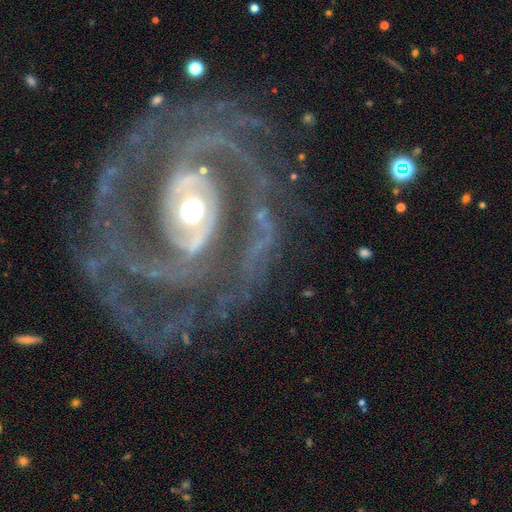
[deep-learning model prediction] A featured or disk galaxy (88%) with no bar (51%), 2 (49%) tight (44%) spiral arms (95%) and a moderate central bulge (62%).

Vote fractions:
- Smooth or featured? featured or disk: 88% / star or artifact: 7% / smooth: 5%
- Edge-on disk? no: 96% / yes: 4%
- Bar? no: 51% / strong: 26% / weak: 22%
- Spiral arms? yes: 95% / no: 5%
- Spiral winding? tight: 44% / medium: 39% / loose: 17%
- Spiral arm count? 2: 49% / can't tell: 14% / 3: 13% / 4: 8% / more than 4: 8% / 1: 7%
- Bulge size? moderate: 62% / large: 19% / small: 15% / dominant: 3% / none: 1%
- Merging? none: 66% / major disturbance: 17% / minor disturbance: 14% / merger: 3%